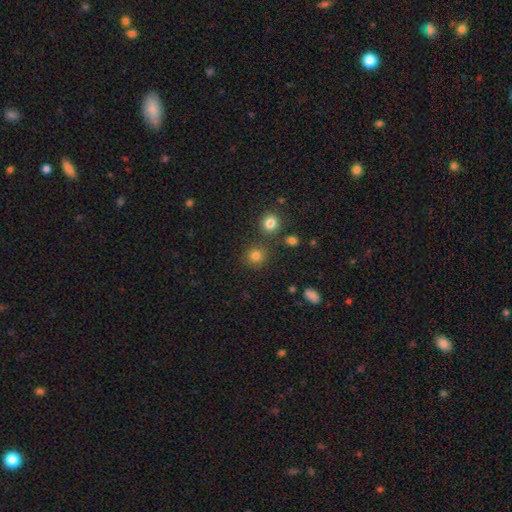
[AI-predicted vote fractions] smooth 80%, star or artifact 14%, featured or disk 5%. Down the decision tree: how rounded — round (91%); merging — none (82%).